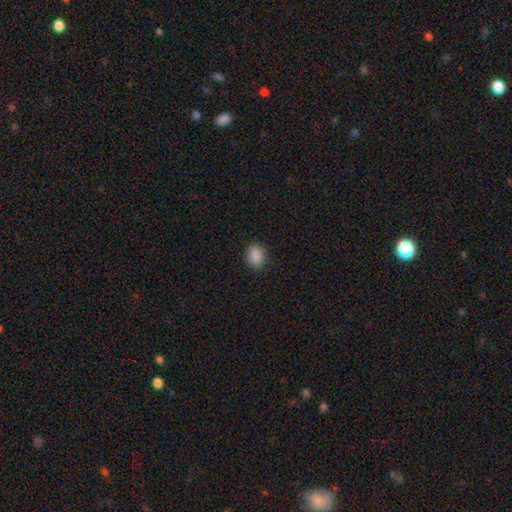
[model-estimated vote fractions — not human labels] Morphology: type=smooth (89%); roundness=in between (66%); merging=none (89%).